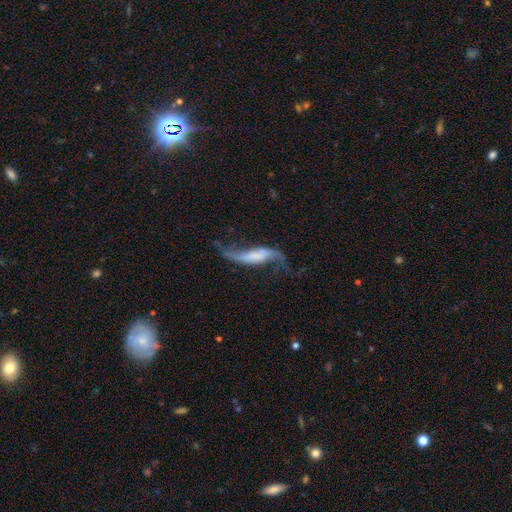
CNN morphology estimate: This is clearly a featured or disk galaxy (82%). It is clearly not viewed edge-on (85%). Bar: marginally strong (36%). Spiral arm pattern: clearly yes (94%). Spiral arm count: clearly 2 (93%). Spiral winding: clearly loose (94%). Central bulge: possibly none (57%). Merging: possibly none (59%).